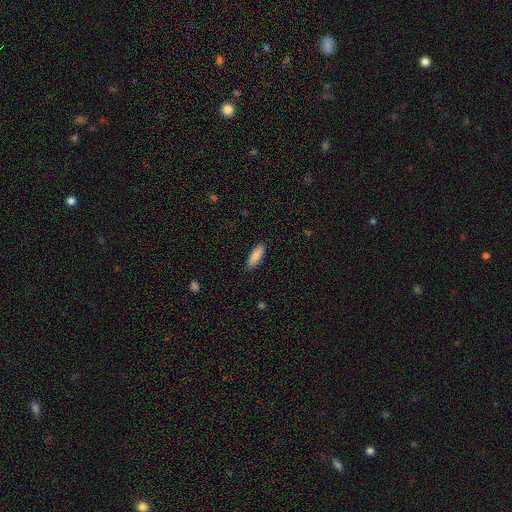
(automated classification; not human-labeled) Smooth or featured: smooth — 87% (featured or disk — 7%)
How rounded: in between — 59% (cigar-shaped — 39%)
Merging: none — 88% (minor disturbance — 9%)